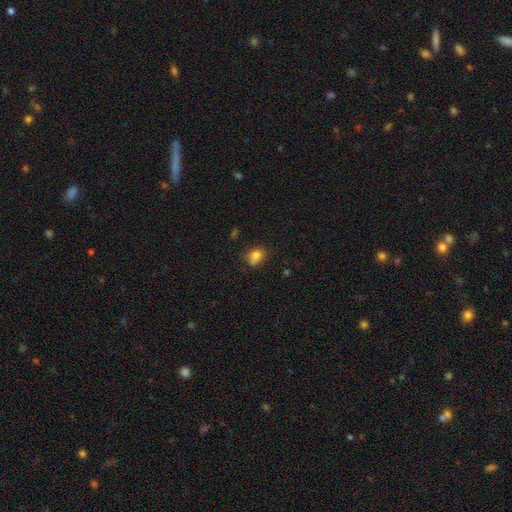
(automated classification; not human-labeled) Smooth or featured? smooth (79%)
How rounded? in between (61%)
Merging? none (56%)